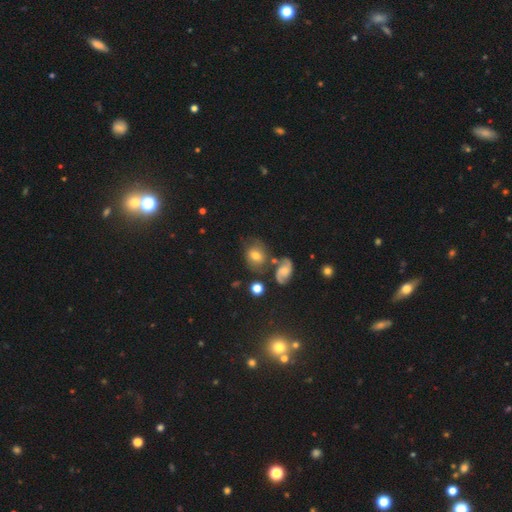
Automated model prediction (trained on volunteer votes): Morphology: type=smooth (55%); roundness=round (49%, tied with in between); merging=none (59%).